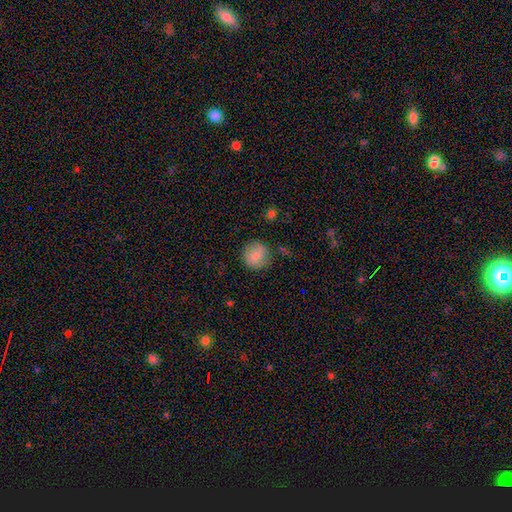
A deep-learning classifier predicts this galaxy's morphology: This is clearly a smooth galaxy (82%). How rounded: clearly round (89%). Merging: likely none (74%).